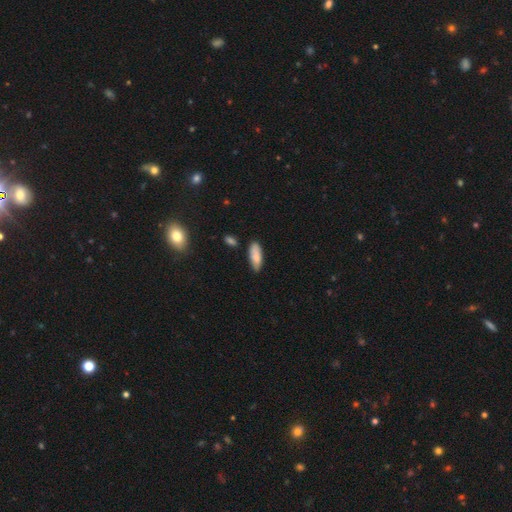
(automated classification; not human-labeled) A smooth galaxy with no disk features (81%) that is in between round and cigar-shaped (70%).

Vote fractions:
- Smooth or featured? smooth: 81% / featured or disk: 12% / star or artifact: 7%
- How rounded? in between: 70% / cigar-shaped: 28% / round: 2%
- Merging? none: 77% / minor disturbance: 18% / major disturbance: 3% / merger: 3%